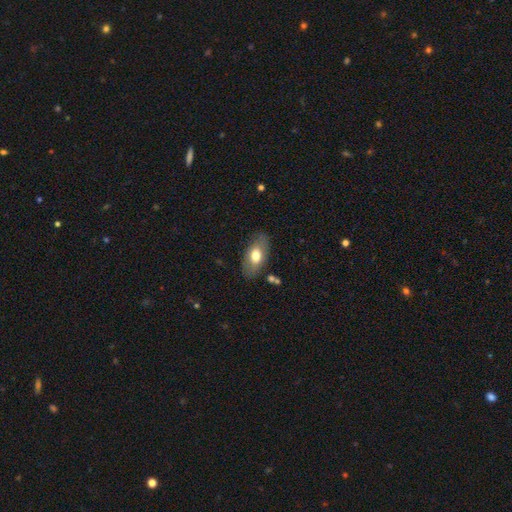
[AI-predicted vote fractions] Smooth or featured? Predicted: smooth (p=0.68). How rounded? Predicted: in between (p=0.91). Merging? Predicted: none (p=0.80).